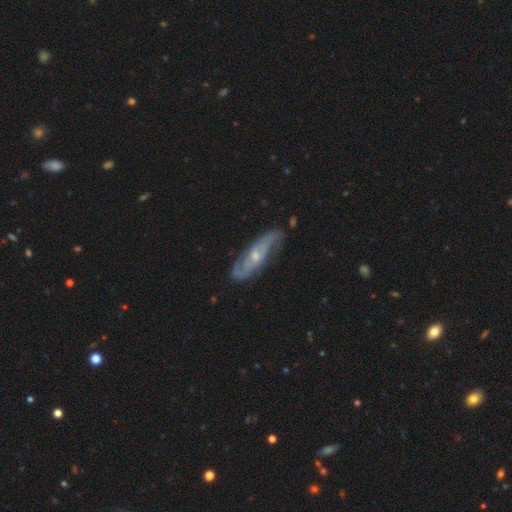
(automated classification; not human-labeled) This appears to be a featured or disk galaxy (80%) with no bar (59%), 2 (68%) medium (43%) spiral arms (91%) and a small central bulge (58%). Merging: none (73%).